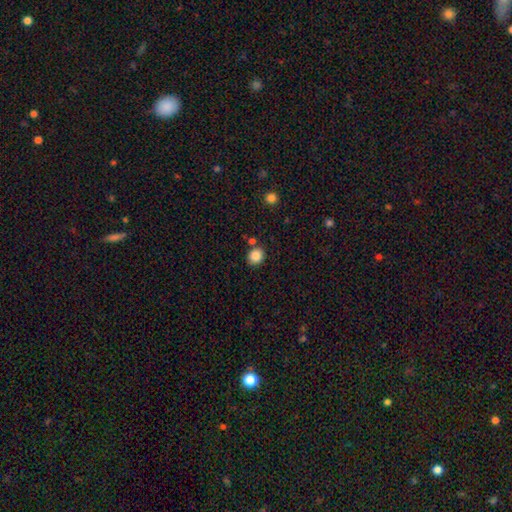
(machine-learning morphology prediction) This appears to be a smooth galaxy with no disk features (86%) that is round (74%). Merging: none (80%).